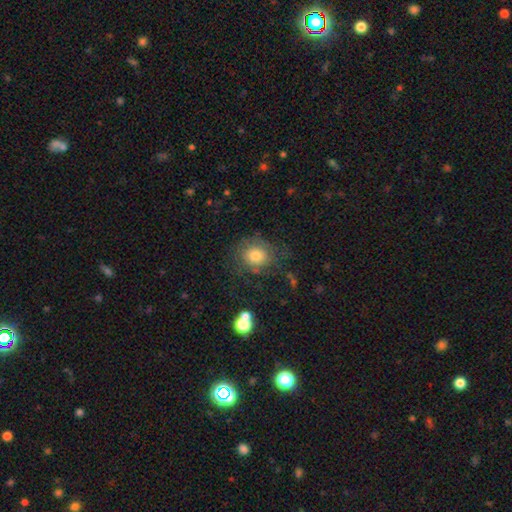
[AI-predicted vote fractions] A smooth galaxy with no disk features (66%) that is round (78%).

Vote fractions:
- Smooth or featured? smooth: 66% / featured or disk: 21% / star or artifact: 13%
- How rounded? round: 78% / in between: 21% / cigar-shaped: 1%
- Merging? none: 68% / minor disturbance: 19% / major disturbance: 11% / merger: 3%